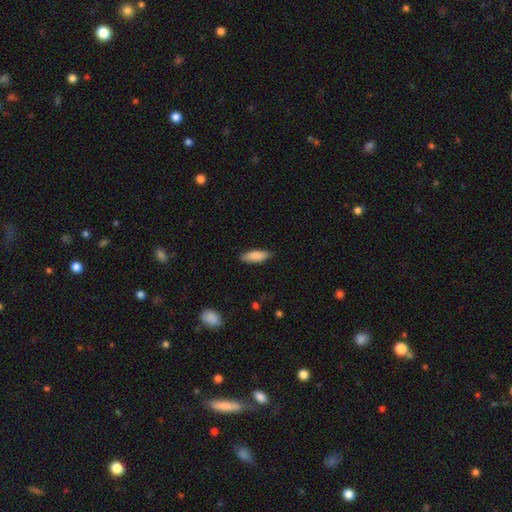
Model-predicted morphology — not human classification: This is clearly a smooth galaxy (86%). How rounded: possibly in between (57%). Merging: clearly none (86%).